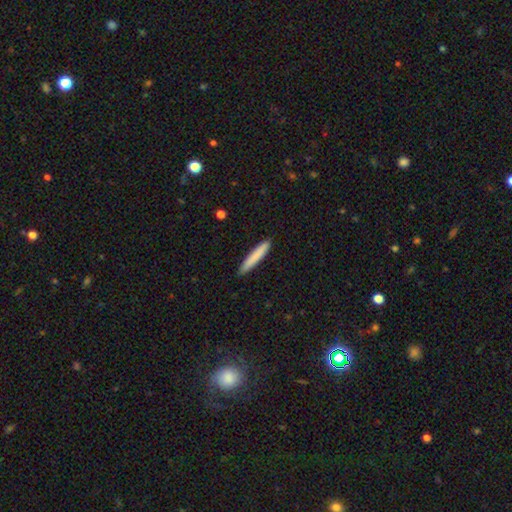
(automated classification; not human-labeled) Smooth or featured? Predicted: smooth (p=0.81). How rounded? Predicted: cigar-shaped (p=0.94). Merging? Predicted: none (p=0.90).